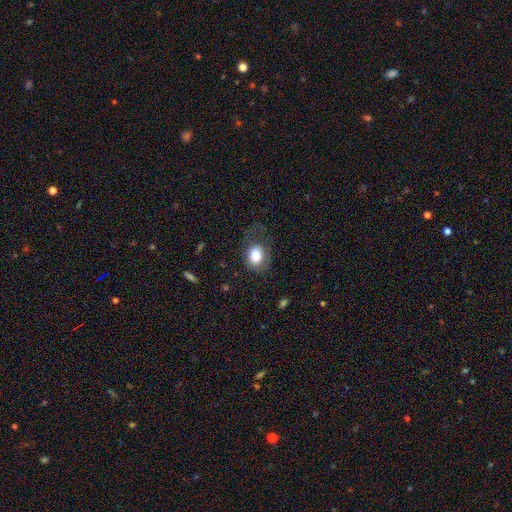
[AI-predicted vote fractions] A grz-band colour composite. It shows a smooth galaxy with no disk features (79%) that is in between round and cigar-shaped (55%). Merging: none (52%).